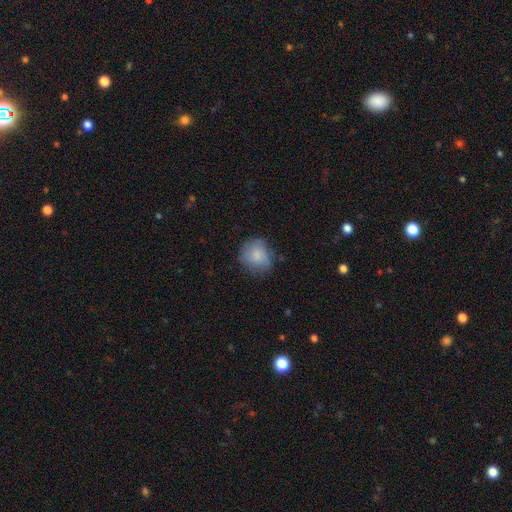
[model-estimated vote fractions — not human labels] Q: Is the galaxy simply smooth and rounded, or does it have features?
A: smooth — 78%.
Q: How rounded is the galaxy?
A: round — 79%.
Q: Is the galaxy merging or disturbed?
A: none — 67%.